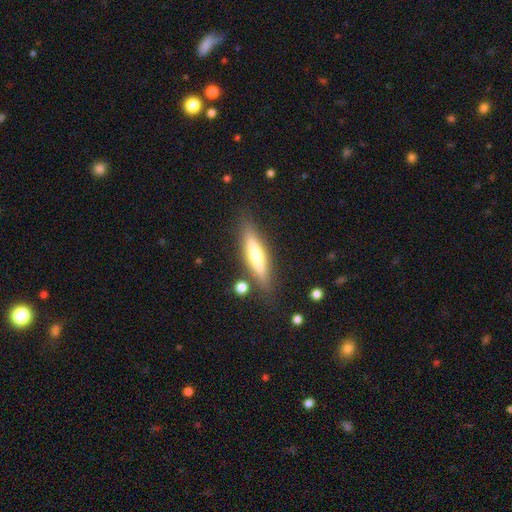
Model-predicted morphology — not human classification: featured or disk 54%, smooth 39%, star or artifact 7%. Down the decision tree: edge-on disk — yes (92%); edge-on bulge — rounded (80%); merging — none (83%).